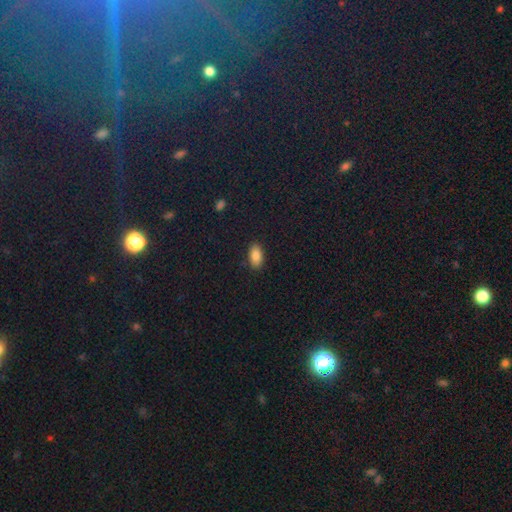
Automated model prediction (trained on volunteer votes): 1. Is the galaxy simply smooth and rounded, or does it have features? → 86% smooth, 8% star or artifact, 6% featured or disk.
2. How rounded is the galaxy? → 92% in between, 5% cigar-shaped, 4% round.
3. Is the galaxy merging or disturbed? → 87% none, 10% minor disturbance, 2% major disturbance, 1% merger.